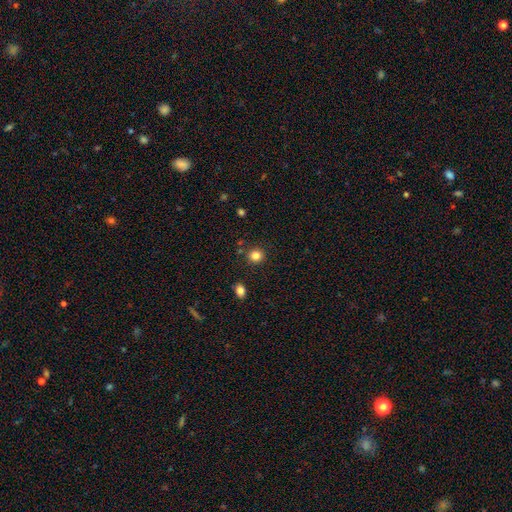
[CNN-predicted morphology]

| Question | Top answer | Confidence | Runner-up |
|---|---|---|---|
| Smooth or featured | smooth | 84% | star or artifact (12%) |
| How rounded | round | 86% | in between (13%) |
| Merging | none | 86% | minor disturbance (8%) |